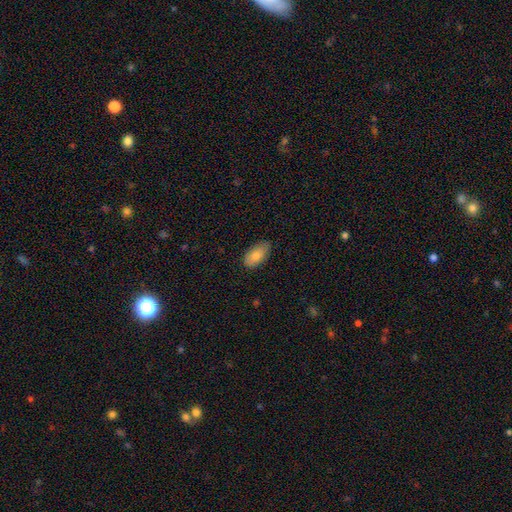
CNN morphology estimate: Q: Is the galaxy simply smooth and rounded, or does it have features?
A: smooth — 83%.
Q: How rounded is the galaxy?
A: in between — 94%.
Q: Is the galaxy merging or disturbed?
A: none — 78%.